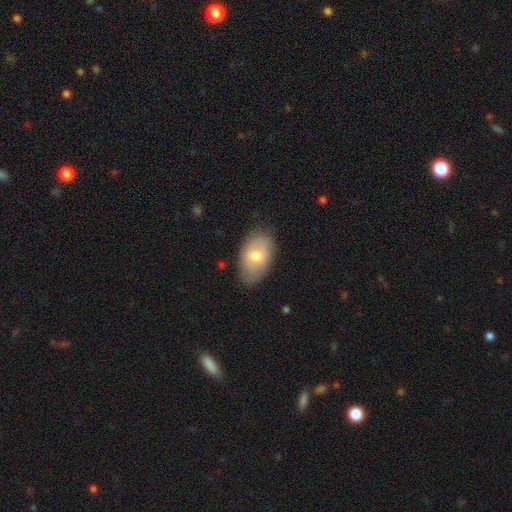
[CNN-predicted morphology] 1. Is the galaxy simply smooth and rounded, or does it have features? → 68% smooth, 25% featured or disk, 7% star or artifact.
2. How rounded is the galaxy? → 92% in between, 6% round, 1% cigar-shaped.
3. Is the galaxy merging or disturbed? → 79% none, 17% minor disturbance, 3% major disturbance, 1% merger.